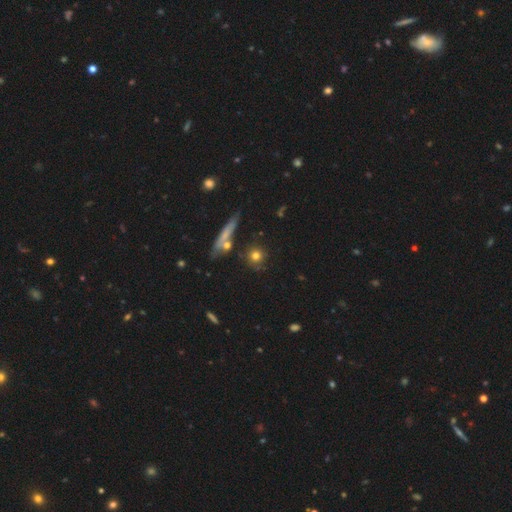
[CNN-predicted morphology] type=smooth (72%); roundness=round (84%); merging=none (75%).